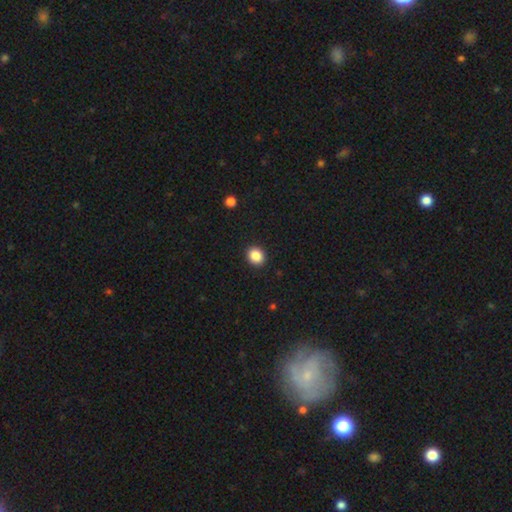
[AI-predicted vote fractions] Overall: smooth (87%). How rounded: round (68%; in between 31%). Merging: none (92%).